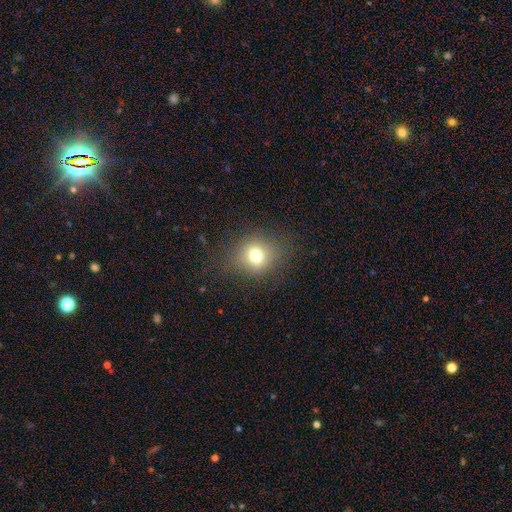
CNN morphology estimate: Smooth or featured: smooth — 71% (star or artifact — 16%)
How rounded: round — 75% (in between — 24%)
Merging: none — 81% (minor disturbance — 12%)